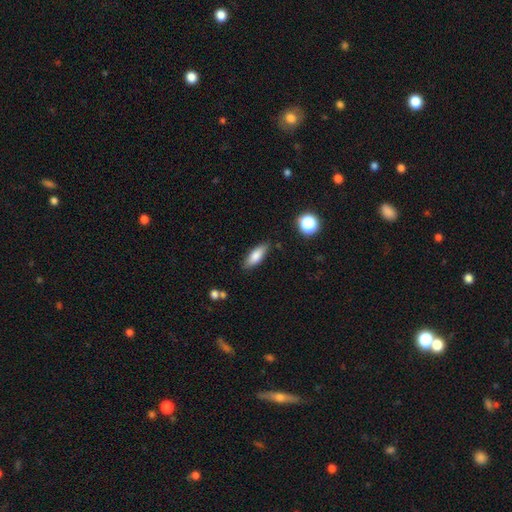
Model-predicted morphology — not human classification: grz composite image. It shows a smooth galaxy with no disk features (78%) that is in between round and cigar-shaped (65%). Merging: none (83%).